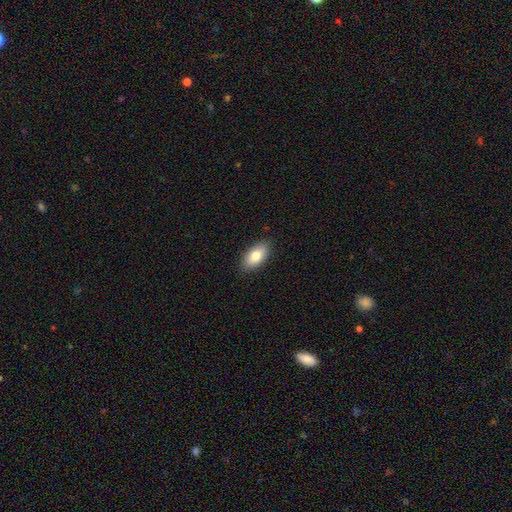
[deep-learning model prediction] smooth_or_featured: smooth (p=0.78) [alt: featured or disk p=0.15]
how_rounded: in between (p=0.92) [alt: cigar-shaped p=0.04]
merging: none (p=0.88) [alt: minor disturbance p=0.09]